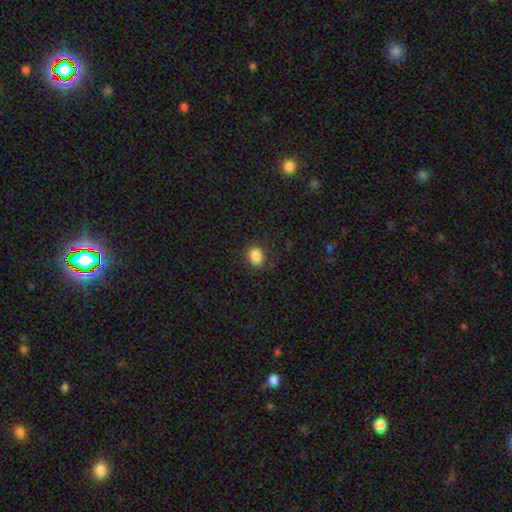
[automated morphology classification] A smooth galaxy with no disk features (86%) that is round (57%). Merging: none (86%).